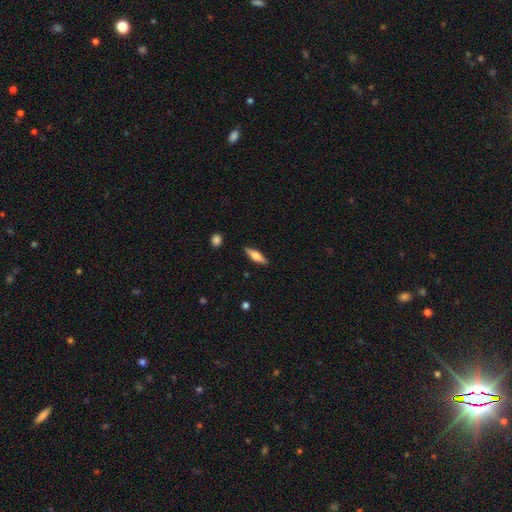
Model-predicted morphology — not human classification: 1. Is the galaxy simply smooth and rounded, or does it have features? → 47% smooth (tied), 47% featured or disk (tied), 6% star or artifact.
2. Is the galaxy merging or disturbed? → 88% none, 9% minor disturbance, 2% major disturbance, 1% merger.